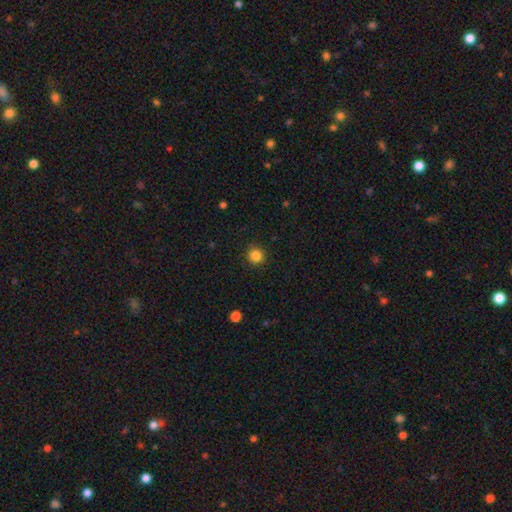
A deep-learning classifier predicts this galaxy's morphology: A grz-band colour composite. It shows a smooth galaxy with no disk features (85%) that is round (94%). Merging: none (91%).